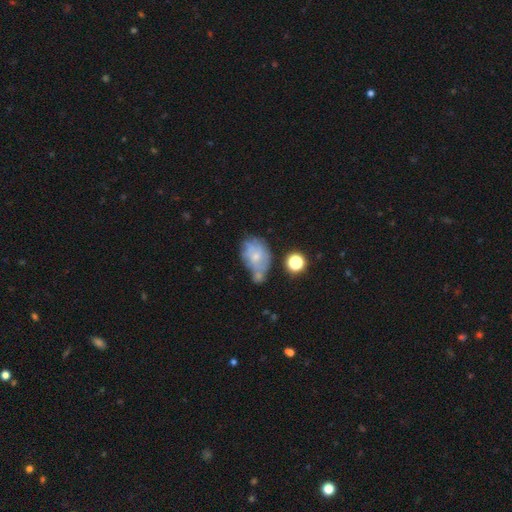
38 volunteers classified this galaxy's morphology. A featured or disk galaxy (53%) with no bar (79%), tight (73%) spiral arms (58%) and a small central bulge (63%).

Vote fractions:
- Smooth or featured? featured or disk: 53% / smooth: 39% / star or artifact: 8%
- Edge-on disk? no: 95% / yes: 5%
- Bar? no: 79% / weak: 16% / strong: 5%
- Spiral arms? yes: 58% / no: 42%
- Spiral winding? tight: 73% / medium: 18% / loose: 9%
- Spiral arm count? can't tell: 64% / more than 4: 18% / 3: 9% / 4: 9% / 1: 0% / 2: 0%
- Bulge size? small: 63% / moderate: 26% / none: 11% / dominant: 0% / large: 0%
- Merging? none: 37% / merger: 26% / major disturbance: 20% / minor disturbance: 17%